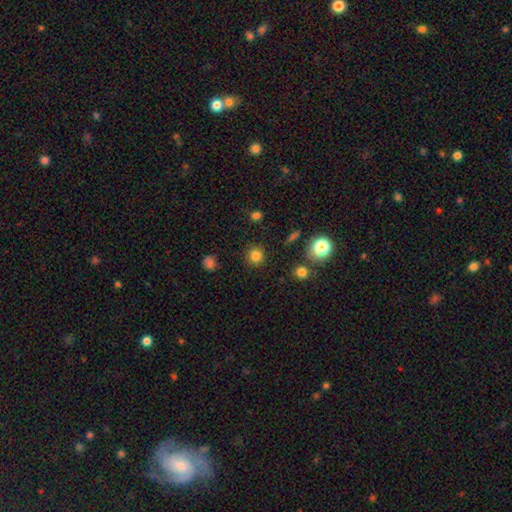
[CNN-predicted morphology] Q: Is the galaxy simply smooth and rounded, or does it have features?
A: smooth — 82%.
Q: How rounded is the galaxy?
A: round — 93%.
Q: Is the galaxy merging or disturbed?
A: none — 89%.